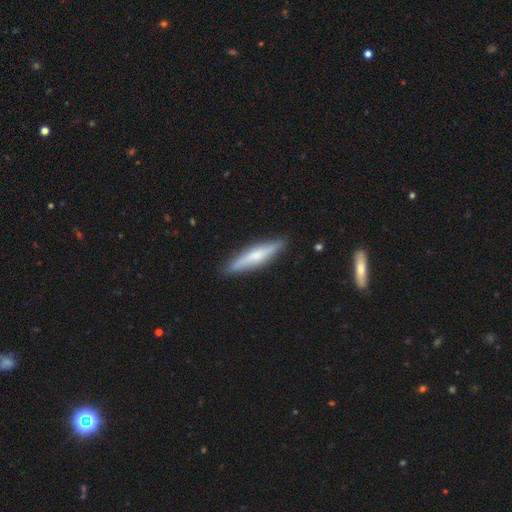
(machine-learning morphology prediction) The model was most divided on "smooth or featured": smooth: 50%, featured or disk: 44%, star or artifact: 6%. More confident: merging — none (88%).